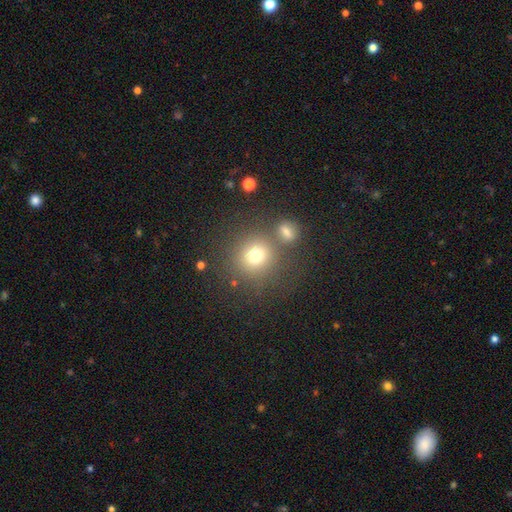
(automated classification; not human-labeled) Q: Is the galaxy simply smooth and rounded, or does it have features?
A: smooth — 73%.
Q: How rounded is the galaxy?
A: round — 87%.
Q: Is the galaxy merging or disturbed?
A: none — 68%.